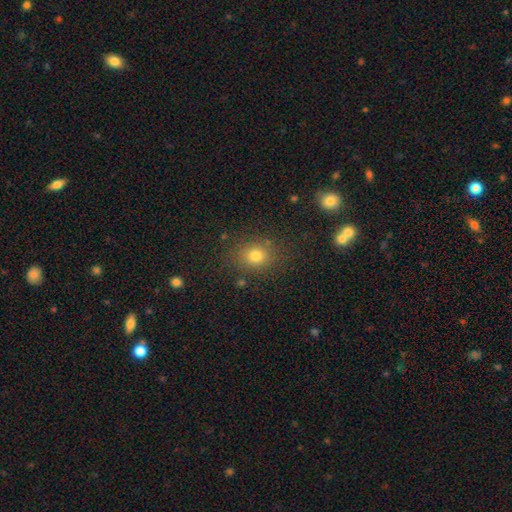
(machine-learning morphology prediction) This is likely a smooth galaxy (78%). How rounded: likely round (69%). Merging: clearly none (83%).